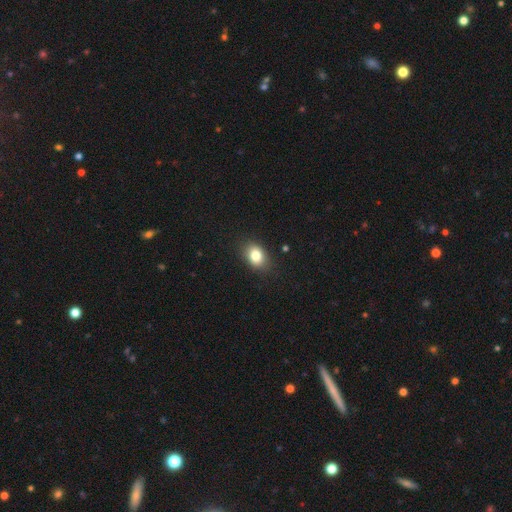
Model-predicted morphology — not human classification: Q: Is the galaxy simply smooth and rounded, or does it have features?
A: smooth — 82%.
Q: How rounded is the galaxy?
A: in between — 74%.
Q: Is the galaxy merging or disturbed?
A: none — 85%.